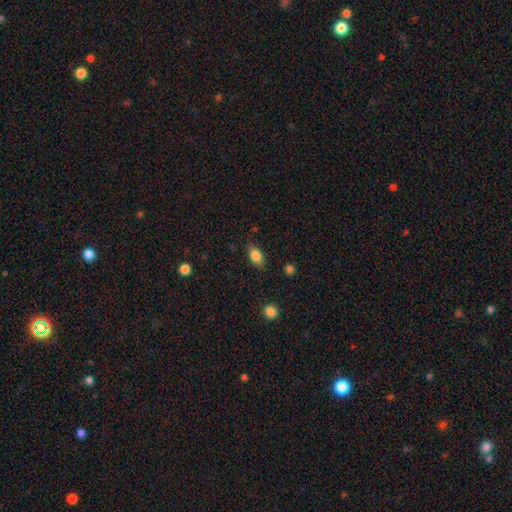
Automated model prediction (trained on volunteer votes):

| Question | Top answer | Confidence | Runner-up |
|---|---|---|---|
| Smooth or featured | smooth | 82% | featured or disk (10%) |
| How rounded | in between | 84% | round (9%) |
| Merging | none | 80% | minor disturbance (15%) |